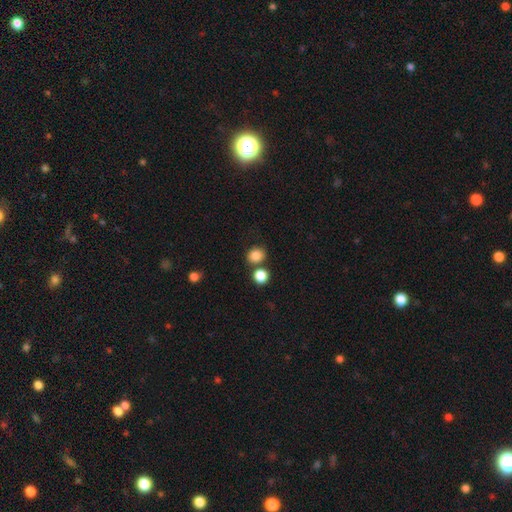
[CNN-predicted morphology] Smooth or featured? Predicted: smooth (p=0.84). How rounded? Predicted: round (p=0.72). Merging? Predicted: none (p=0.68).